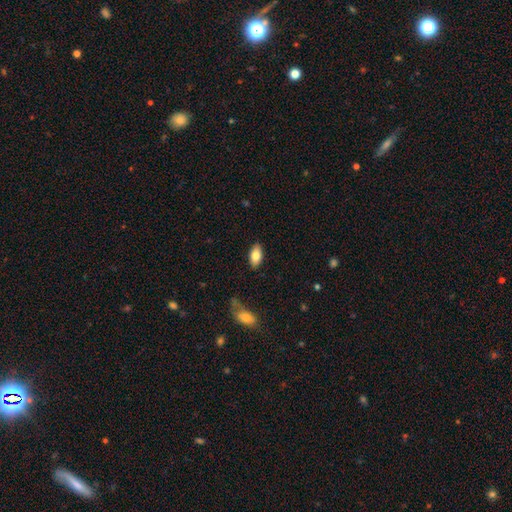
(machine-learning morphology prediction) Smooth or featured?
  - smooth: 79% *
  - featured or disk: 14%
  - star or artifact: 7%
How rounded?
  - in between: 91% *
  - cigar-shaped: 5%
  - round: 3%
Merging?
  - none: 86% *
  - minor disturbance: 10%
  - major disturbance: 2%
  - merger: 1%